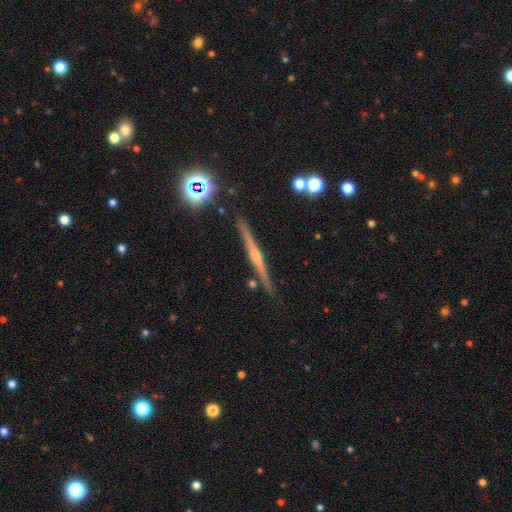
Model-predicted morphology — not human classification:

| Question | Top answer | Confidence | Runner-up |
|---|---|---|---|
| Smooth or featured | featured or disk | 80% | smooth (12%) |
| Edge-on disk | yes | 98% | no (2%) |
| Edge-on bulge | rounded | 79% | none (15%) |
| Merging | none | 90% | minor disturbance (7%) |